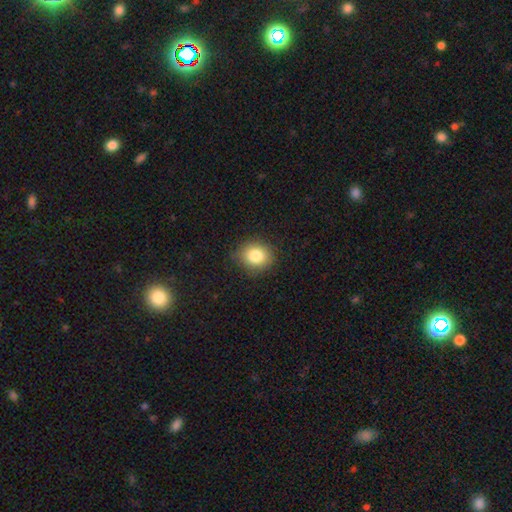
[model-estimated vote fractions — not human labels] smooth_or_featured: smooth (p=0.82) [alt: star or artifact p=0.10]
how_rounded: round (p=0.71) [alt: in between p=0.28]
merging: none (p=0.83) [alt: minor disturbance p=0.13]